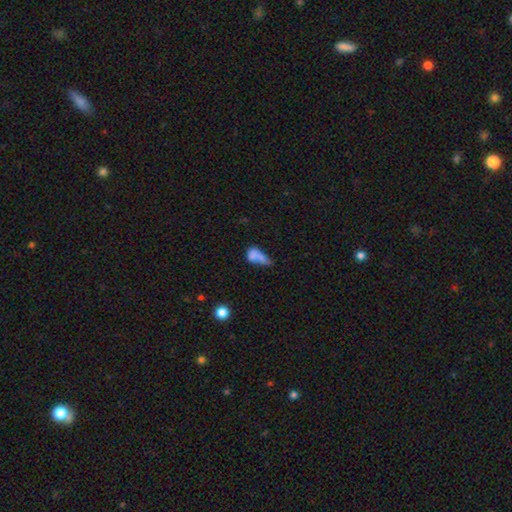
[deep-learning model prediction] The model was most divided on "merging": merger: 36%, major disturbance: 23%, none: 22%, minor disturbance: 20%. More confident: how rounded — in between (75%); smooth or featured — smooth (67%).